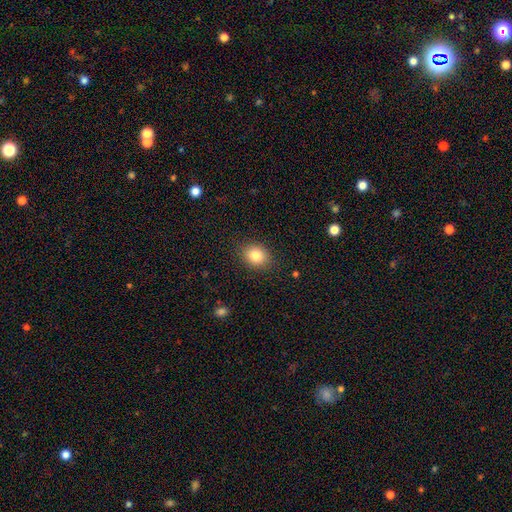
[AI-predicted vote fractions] A smooth galaxy with no disk features (83%) that is round (56%). Merging: none (87%).